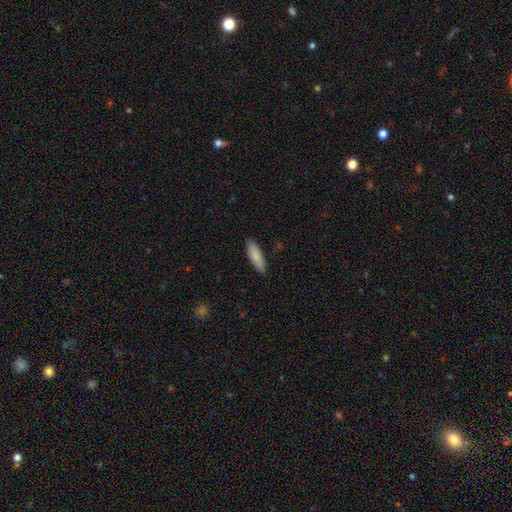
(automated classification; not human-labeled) smooth 87%, featured or disk 8%, star or artifact 6%. Down the decision tree: how rounded — cigar-shaped (49%, tied with in between); merging — none (88%).